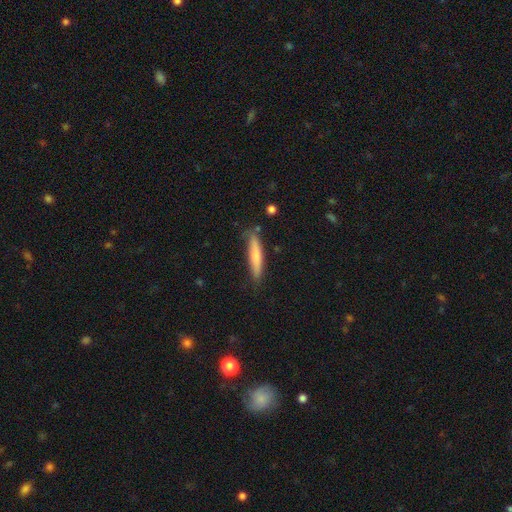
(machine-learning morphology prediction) This is likely a smooth galaxy (70%). How rounded: clearly cigar-shaped (89%). Merging: likely none (79%).